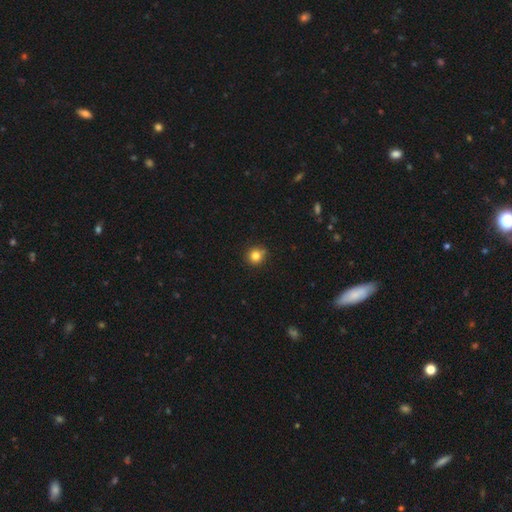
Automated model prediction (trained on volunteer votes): Smooth or featured: smooth — 83% (star or artifact — 12%)
How rounded: round — 91% (in between — 8%)
Merging: none — 84% (minor disturbance — 12%)